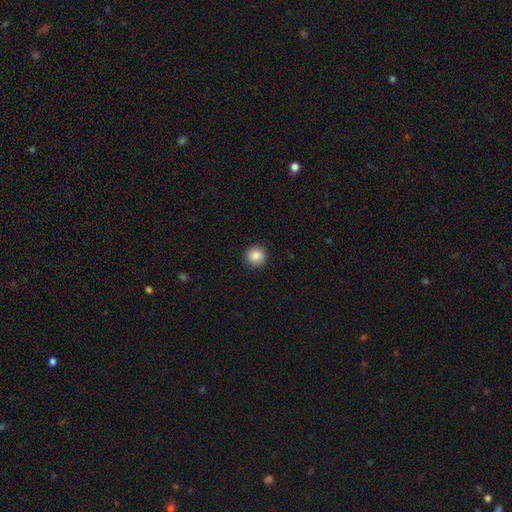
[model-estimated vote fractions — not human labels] Overall: smooth (88%). How rounded: round (93%). Merging: none (91%).